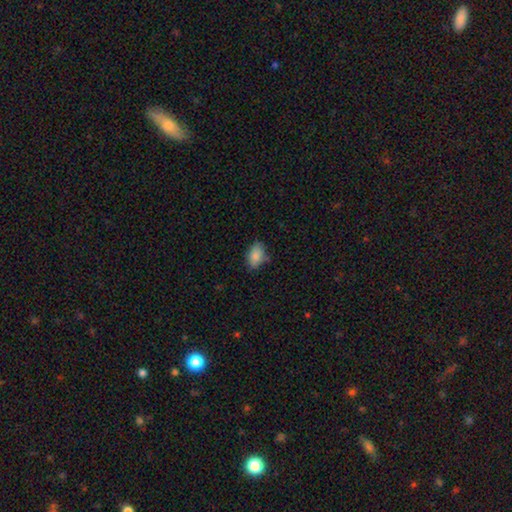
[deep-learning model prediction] A smooth galaxy with no disk features (86%) that is in between round and cigar-shaped (88%).

Vote fractions:
- Smooth or featured? smooth: 86% / star or artifact: 8% / featured or disk: 6%
- How rounded? in between: 88% / round: 10% / cigar-shaped: 2%
- Merging? none: 69% / minor disturbance: 24% / major disturbance: 5% / merger: 3%